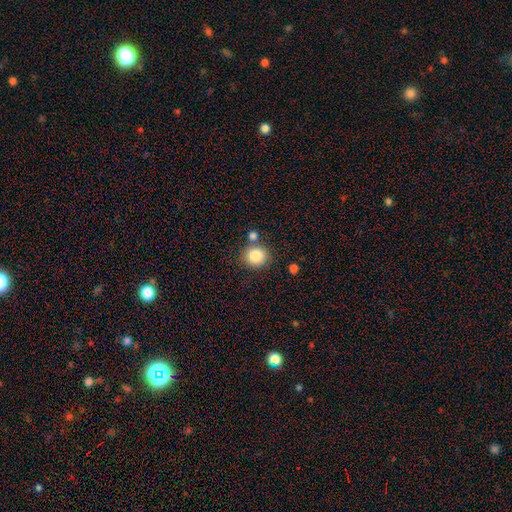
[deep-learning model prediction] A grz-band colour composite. It shows a smooth galaxy with no disk features (85%) that is round (86%). Merging: none (71%).